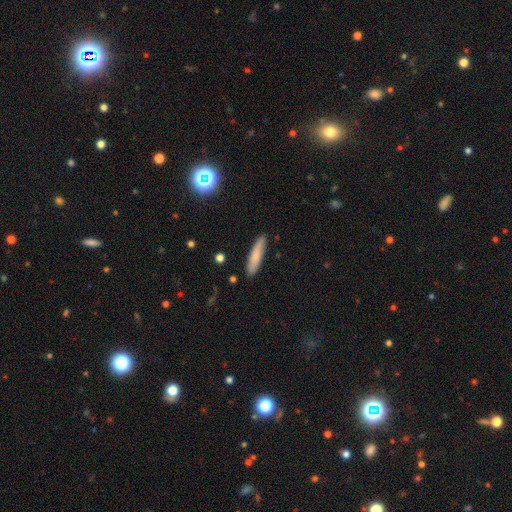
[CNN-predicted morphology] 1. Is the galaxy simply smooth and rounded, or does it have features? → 79% smooth, 14% featured or disk, 7% star or artifact.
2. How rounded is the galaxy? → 83% cigar-shaped, 15% in between, 1% round.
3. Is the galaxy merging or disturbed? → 87% none, 10% minor disturbance, 2% major disturbance, 1% merger.